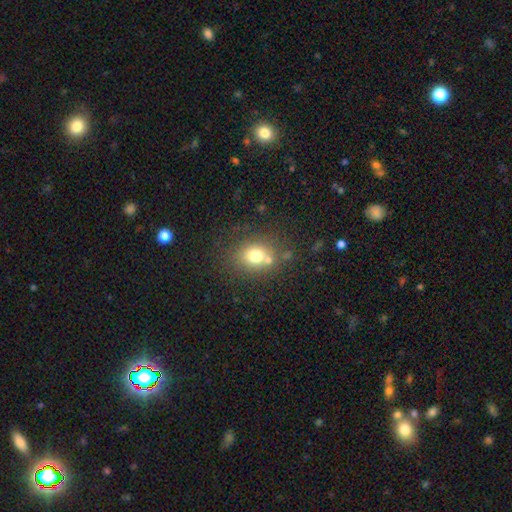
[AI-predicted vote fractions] This is likely a smooth galaxy (72%). How rounded: likely round (65%). Merging: likely none (65%).